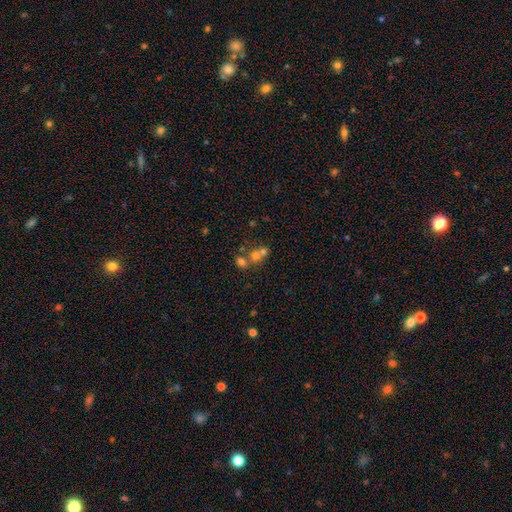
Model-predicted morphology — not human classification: Q: Smooth or featured?
A: smooth (63%); runner-up: featured or disk (19%)
Q: How rounded?
A: round (76%); runner-up: in between (22%)
Q: Merging?
A: merger (57%); runner-up: none (34%)